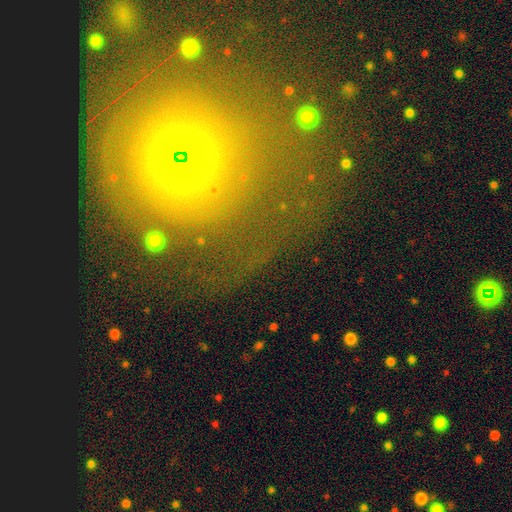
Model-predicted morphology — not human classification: smooth_or_featured: star or artifact (p=0.35) [alt: smooth p=0.33]